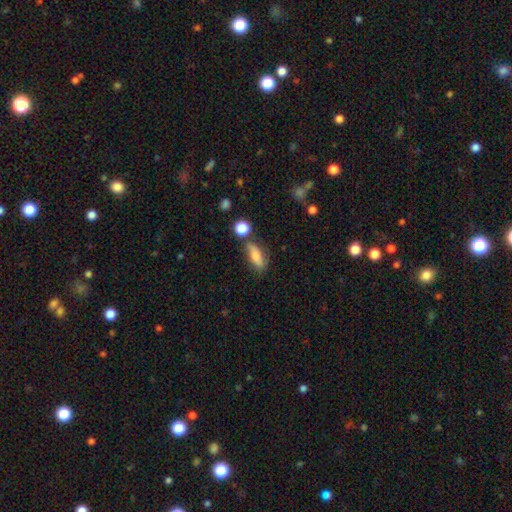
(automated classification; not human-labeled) smooth-or-featured: smooth: 68% | featured or disk: 23% | star or artifact: 9%
  how-rounded: in between: 71% | cigar-shaped: 23% | round: 6%
  merging: none: 63% | minor disturbance: 21% | merger: 9% | major disturbance: 6%